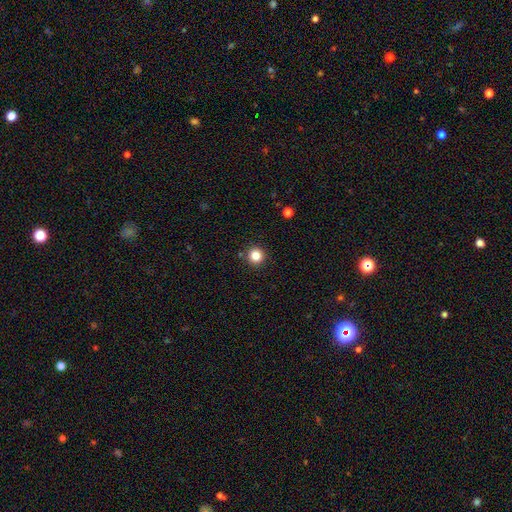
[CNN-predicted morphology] smooth 84%, star or artifact 12%, featured or disk 4%. Down the decision tree: how rounded — round (95%); merging — none (91%).